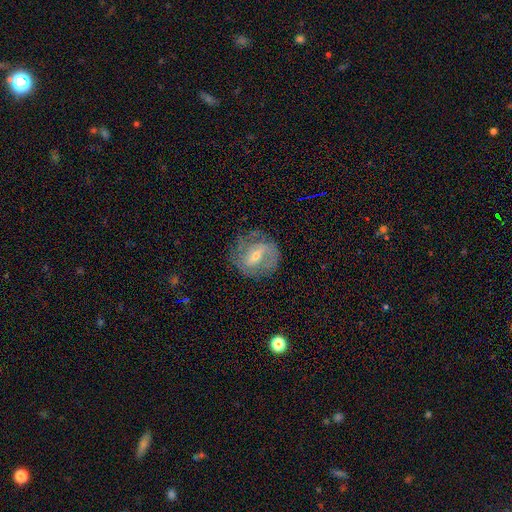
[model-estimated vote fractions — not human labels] Overall: featured or disk (71%). Edge-on disk: no (95%). Bar: weak (47%; strong 33%). Spiral arms: yes (79%). Spiral arm count: 2 (54%; can't tell 27%). Spiral winding: medium (41%; tight 38%). Bulge size: small (56%; moderate 40%). Merging: none (67%).